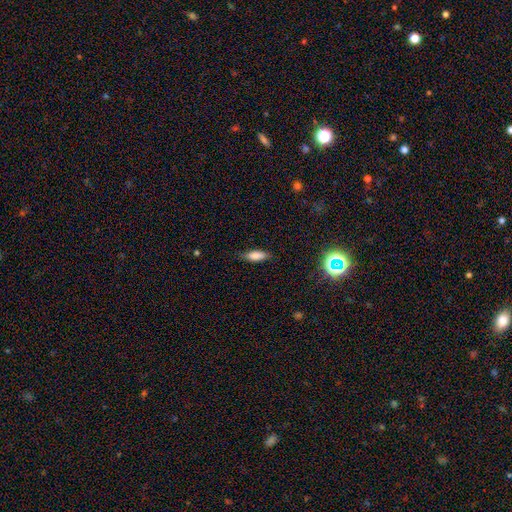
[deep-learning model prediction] smooth_or_featured: smooth (p=0.81) [alt: featured or disk p=0.10]
how_rounded: in between (p=0.63) [alt: cigar-shaped p=0.35]
merging: none (p=0.81) [alt: minor disturbance p=0.15]